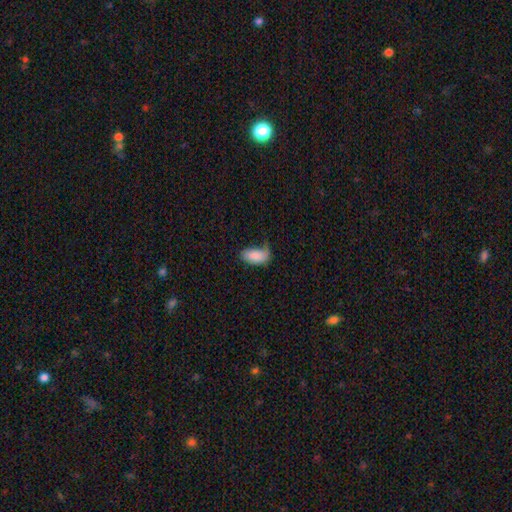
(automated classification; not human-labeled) smooth_or_featured: smooth (p=0.83) [alt: featured or disk p=0.11]
how_rounded: in between (p=0.94) [alt: cigar-shaped p=0.03]
merging: none (p=0.37) [alt: minor disturbance p=0.34]